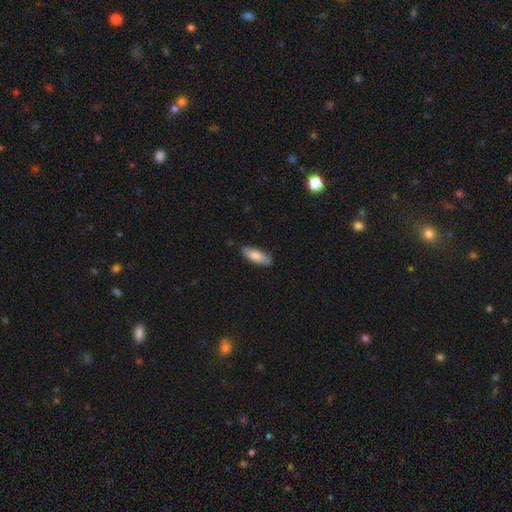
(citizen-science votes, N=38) Q: Smooth or featured?
A: smooth (84%); runner-up: featured or disk (16%)
Q: How rounded?
A: in between (72%); runner-up: cigar-shaped (25%)
Q: Merging?
A: none (74%); runner-up: minor disturbance (21%)